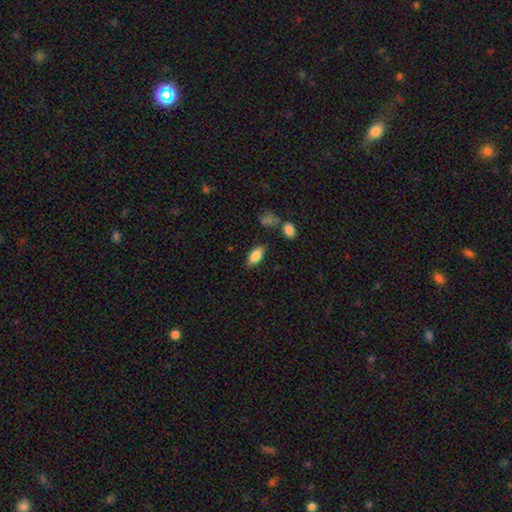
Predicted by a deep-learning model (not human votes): smooth-or-featured: smooth: 75% | featured or disk: 17% | star or artifact: 8%
  how-rounded: in between: 84% | cigar-shaped: 12% | round: 4%
  merging: none: 81% | minor disturbance: 13% | major disturbance: 3% | merger: 3%